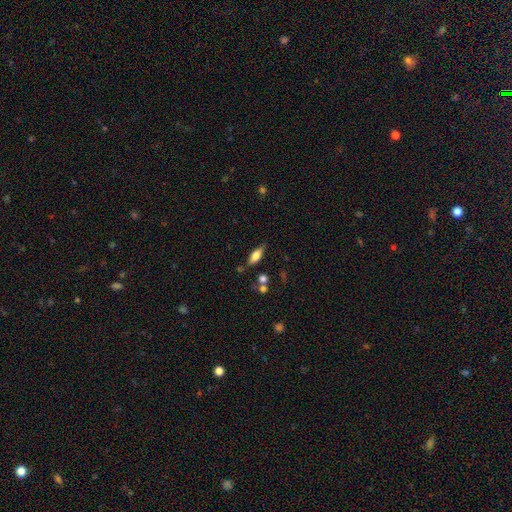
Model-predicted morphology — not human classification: Smooth or featured?
  - smooth: 65% *
  - featured or disk: 27%
  - star or artifact: 8%
How rounded?
  - in between: 70% *
  - cigar-shaped: 27%
  - round: 3%
Merging?
  - none: 73% *
  - minor disturbance: 17%
  - merger: 5%
  - major disturbance: 5%